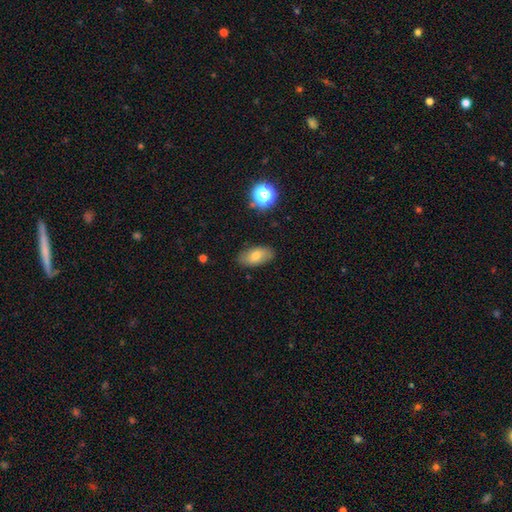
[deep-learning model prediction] A smooth galaxy with no disk features (71%) that is in between round and cigar-shaped (91%).

Vote fractions:
- Smooth or featured? smooth: 71% / featured or disk: 19% / star or artifact: 9%
- How rounded? in between: 91% / round: 5% / cigar-shaped: 3%
- Merging? none: 84% / minor disturbance: 12% / major disturbance: 3% / merger: 1%